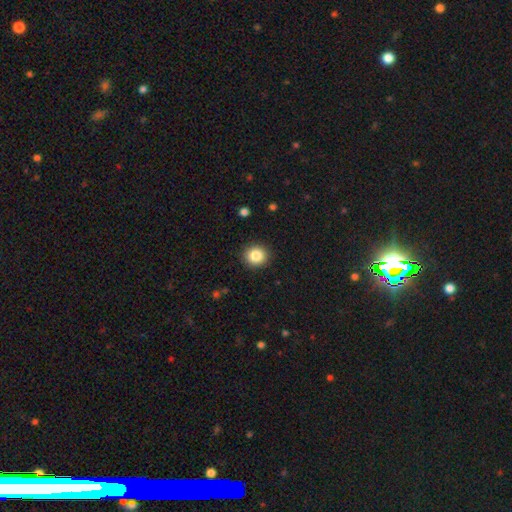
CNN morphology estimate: Smooth or featured? smooth (85%)
How rounded? round (89%)
Merging? none (91%)